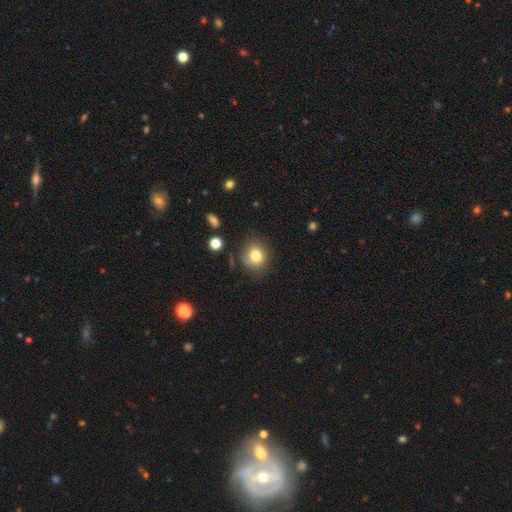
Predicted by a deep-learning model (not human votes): The model was most divided on "merging": none: 73%, minor disturbance: 18%, major disturbance: 5%, merger: 4%. More confident: smooth or featured — smooth (79%); how rounded — round (78%).